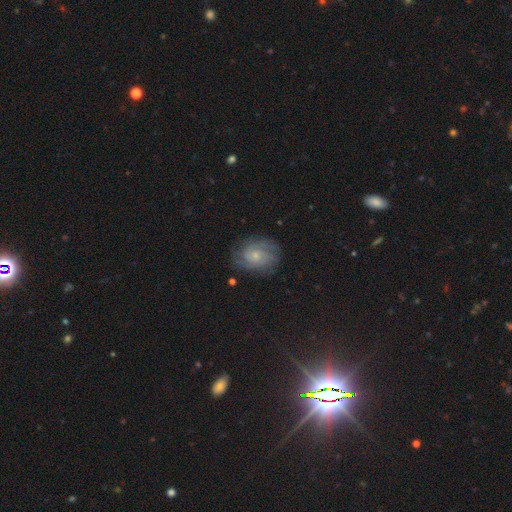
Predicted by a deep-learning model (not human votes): smooth-or-featured: featured or disk: 68% | smooth: 24% | star or artifact: 8%
  disk-edge-on: no: 97% | yes: 3%
    bar: no: 71% | weak: 26% | strong: 3%
    has-spiral-arms: yes: 91% | no: 9%
      spiral-winding: tight: 54% | medium: 35% | loose: 10%
      spiral-arm-count: 2: 33% (tied) | can't tell: 33% (tied) | 3: 18% | 4: 7% | 1: 5% | more than 4: 5%
    bulge-size: small: 59% | moderate: 31% | none: 6% | large: 3% | dominant: 1%
  merging: none: 74% | minor disturbance: 18% | major disturbance: 7% | merger: 1%